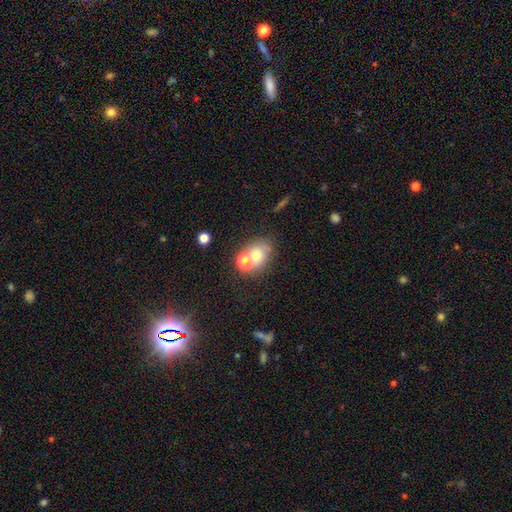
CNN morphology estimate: type=smooth (67%); roundness=round (60%); merging=merger (44%).